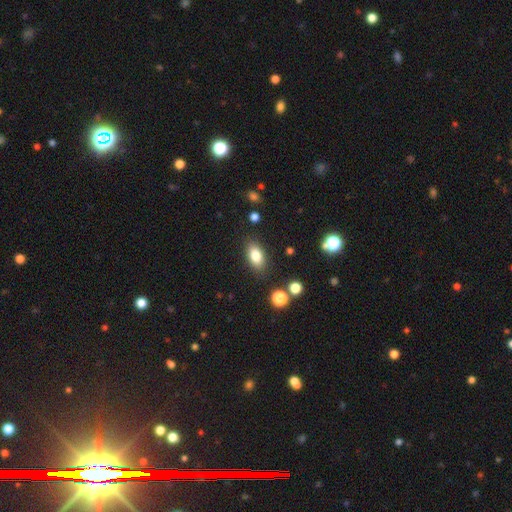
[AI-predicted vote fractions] This appears to be a smooth galaxy with no disk features (82%) that is in between round and cigar-shaped (88%). Merging: none (85%).